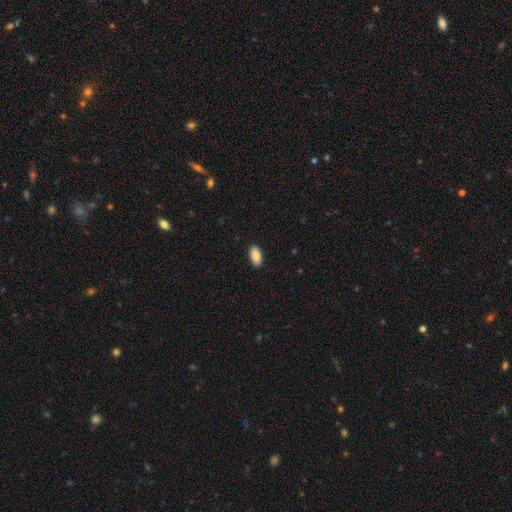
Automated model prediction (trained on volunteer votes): This appears to be a smooth galaxy with no disk features (87%) that is in between round and cigar-shaped (93%). Merging: none (90%).